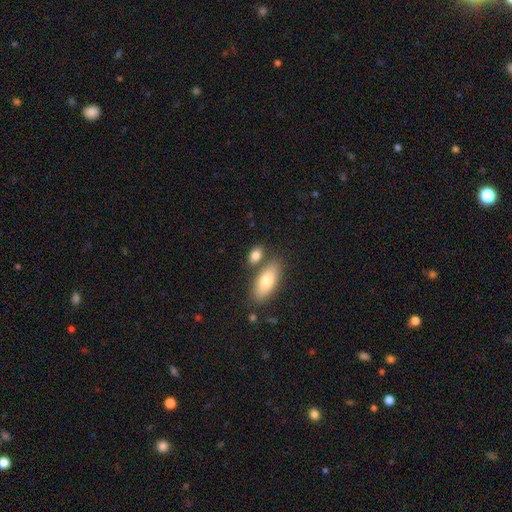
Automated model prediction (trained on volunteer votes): Smooth or featured: smooth — 81% (featured or disk — 11%)
How rounded: in between — 79% (round — 13%)
Merging: none — 62% (merger — 22%)